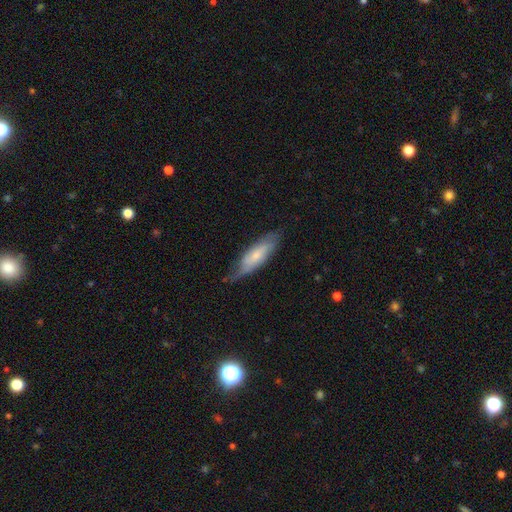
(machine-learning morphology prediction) This appears to be a smooth galaxy with no disk features (53%) that is cigar-shaped (50%). Merging: none (59%).